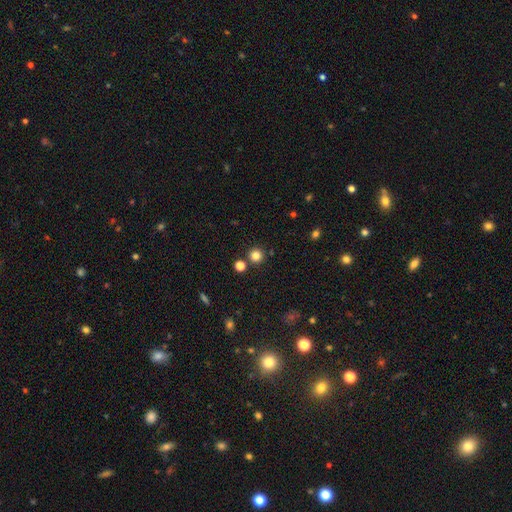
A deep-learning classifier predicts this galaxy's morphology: A smooth galaxy with no disk features (81%) that is round (95%).

Vote fractions:
- Smooth or featured? smooth: 81% / star or artifact: 15% / featured or disk: 5%
- How rounded? round: 95% / in between: 5% / cigar-shaped: 1%
- Merging? none: 85% / merger: 6% / minor disturbance: 6% / major disturbance: 2%